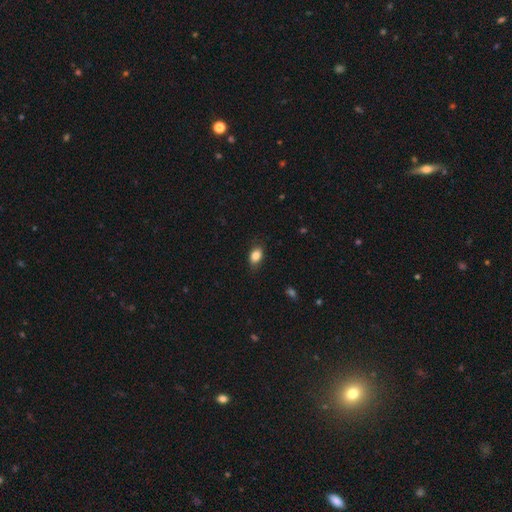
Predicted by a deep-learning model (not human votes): smooth 85%, star or artifact 8%, featured or disk 6%. Down the decision tree: how rounded — in between (83%); merging — none (80%).